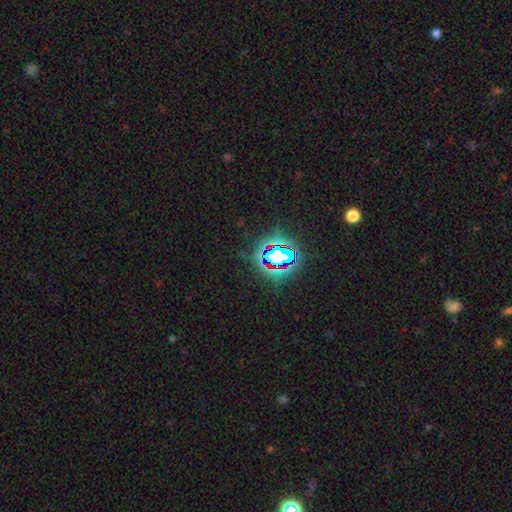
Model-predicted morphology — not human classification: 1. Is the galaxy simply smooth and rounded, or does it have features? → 79% star or artifact, 12% smooth, 8% featured or disk.